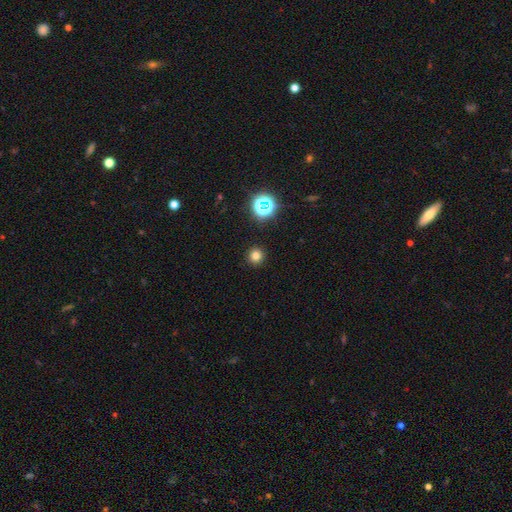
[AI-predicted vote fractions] Smooth or featured: smooth — 75% (star or artifact — 19%)
How rounded: round — 94% (in between — 5%)
Merging: none — 92% (minor disturbance — 5%)